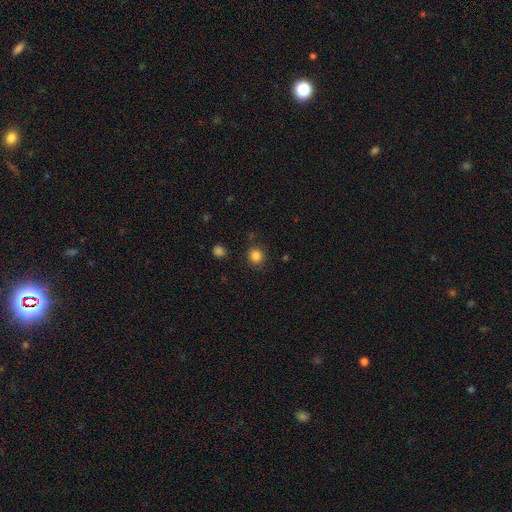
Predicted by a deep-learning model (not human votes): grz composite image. It shows a smooth galaxy with no disk features (85%) that is round (92%). Merging: none (88%).